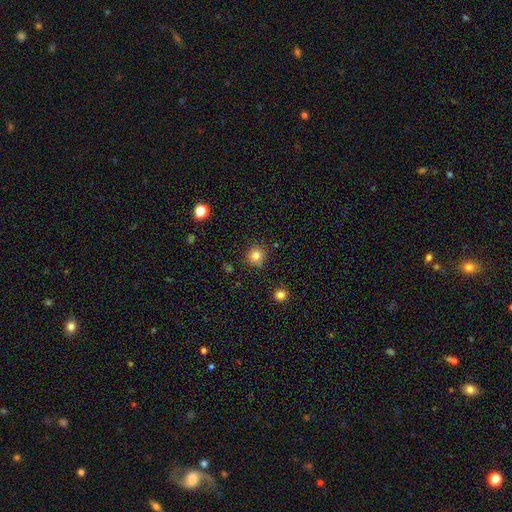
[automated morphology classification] This appears to be a smooth galaxy with no disk features (82%) that is round (93%). Merging: none (86%).